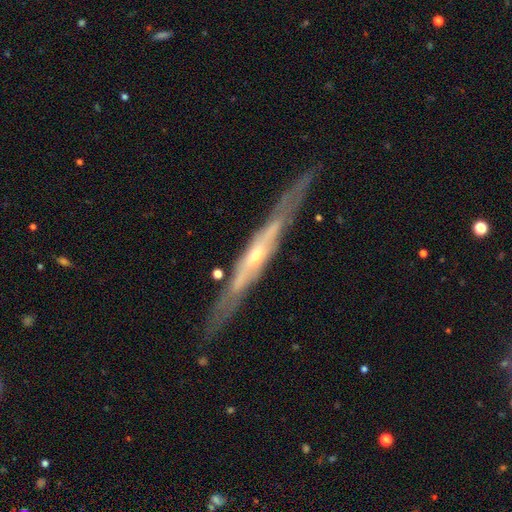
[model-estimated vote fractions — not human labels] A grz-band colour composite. It shows a featured or disk galaxy (77%) viewed edge-on (87%) with a rounded central bulge (70%). Merging: none (75%).